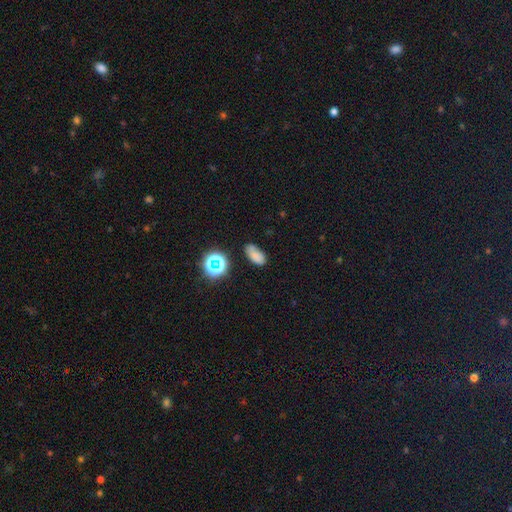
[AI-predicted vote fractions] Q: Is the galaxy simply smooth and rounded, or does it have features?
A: smooth — 72%.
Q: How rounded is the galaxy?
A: in between — 88%.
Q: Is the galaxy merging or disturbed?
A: none — 64%.